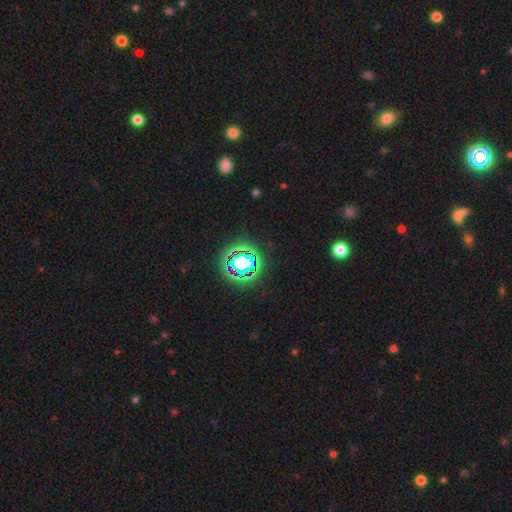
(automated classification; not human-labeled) Smooth or featured? Predicted: star or artifact (p=0.80).